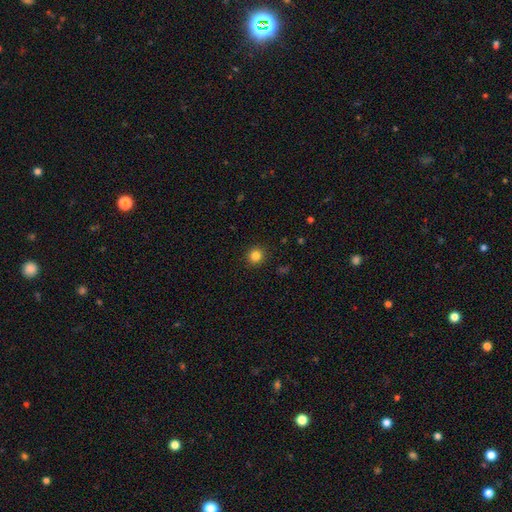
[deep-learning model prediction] smooth-or-featured: smooth: 83% | star or artifact: 12% | featured or disk: 5%
  how-rounded: round: 92% | in between: 7% | cigar-shaped: 1%
  merging: none: 92% | minor disturbance: 5% | major disturbance: 2% | merger: 1%